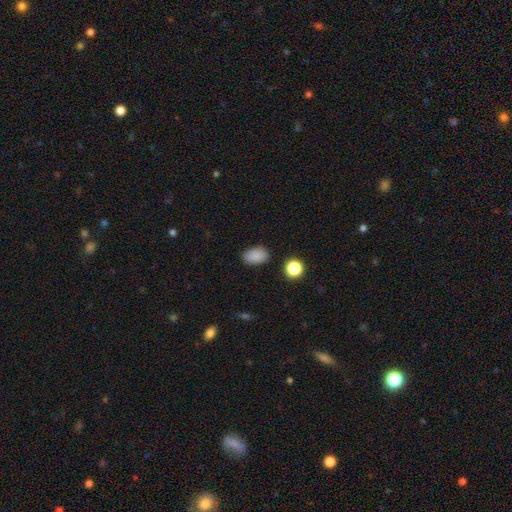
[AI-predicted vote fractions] smooth-or-featured: smooth: 85% | star or artifact: 10% | featured or disk: 5%
  how-rounded: in between: 87% | round: 12% | cigar-shaped: 1%
  merging: none: 83% | minor disturbance: 13% | major disturbance: 3% | merger: 2%